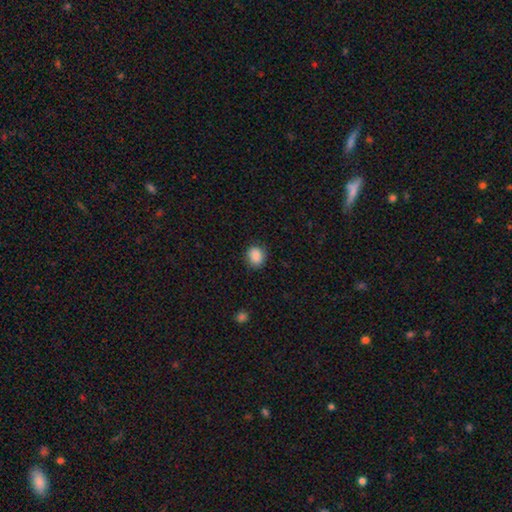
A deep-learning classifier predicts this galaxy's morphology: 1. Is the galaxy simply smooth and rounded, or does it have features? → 86% smooth, 8% star or artifact, 5% featured or disk.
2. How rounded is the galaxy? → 68% round, 31% in between, 1% cigar-shaped.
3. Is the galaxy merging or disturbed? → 81% none, 14% minor disturbance, 4% major disturbance, 1% merger.